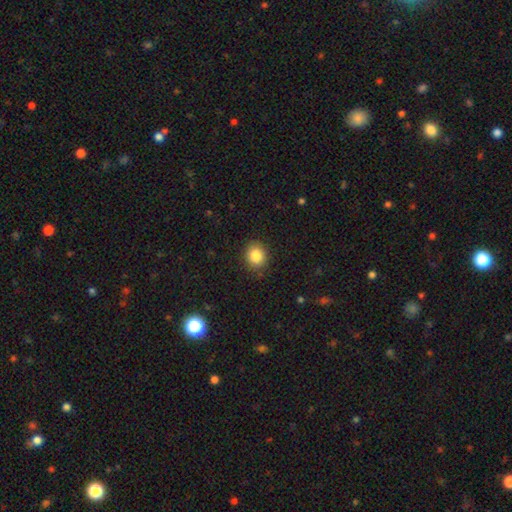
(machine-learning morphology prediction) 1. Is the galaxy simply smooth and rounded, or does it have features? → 85% smooth, 10% star or artifact, 5% featured or disk.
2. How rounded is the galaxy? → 70% round, 29% in between, 1% cigar-shaped.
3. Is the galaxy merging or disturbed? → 87% none, 10% minor disturbance, 3% major disturbance, 1% merger.